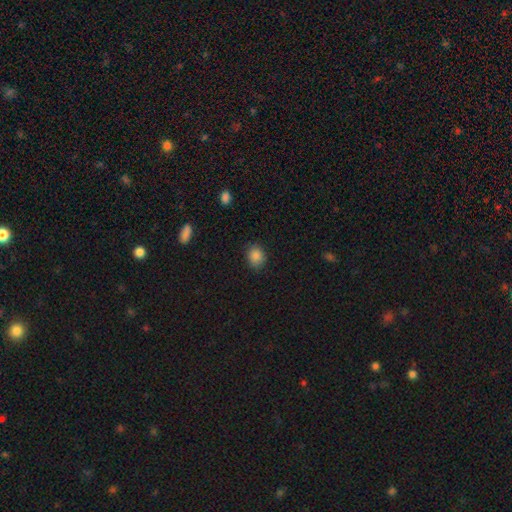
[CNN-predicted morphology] This is clearly a smooth galaxy (86%). How rounded: likely round (62%). Merging: clearly none (85%).